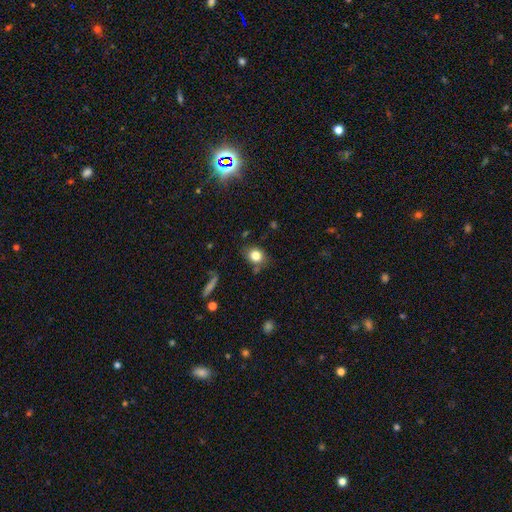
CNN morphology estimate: smooth_or_featured: smooth (p=0.81) [alt: star or artifact p=0.10]
how_rounded: round (p=0.58) [alt: in between p=0.41]
merging: none (p=0.74) [alt: minor disturbance p=0.17]